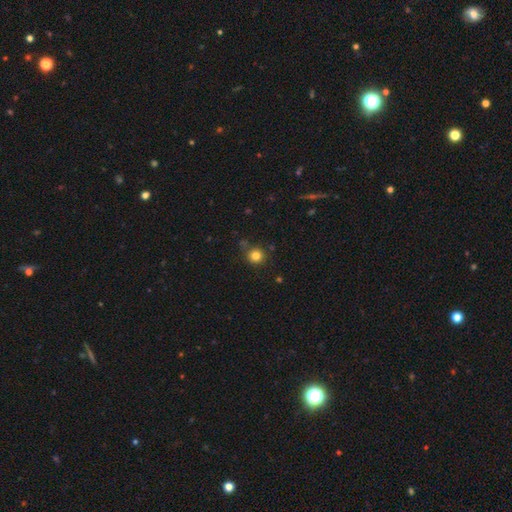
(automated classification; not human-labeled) Smooth or featured? smooth (82%)
How rounded? round (94%)
Merging? none (81%)